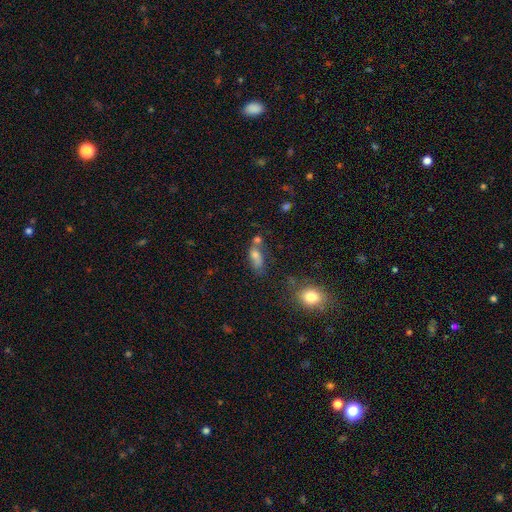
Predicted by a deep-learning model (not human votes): This is likely a smooth galaxy (66%). How rounded: likely in between (71%). Merging: marginally none (44%).